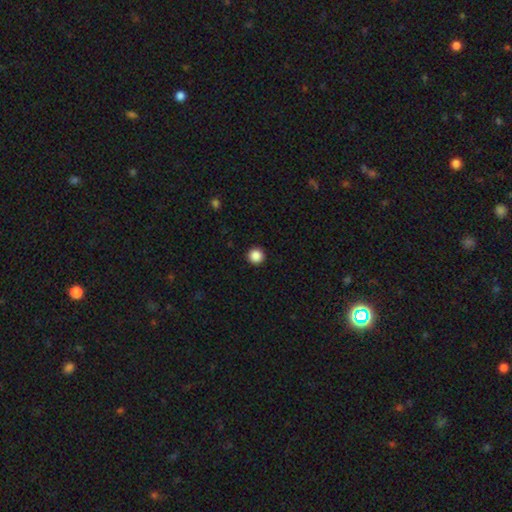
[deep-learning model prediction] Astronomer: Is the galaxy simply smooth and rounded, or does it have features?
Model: smooth — 88%.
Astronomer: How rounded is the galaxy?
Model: round — 97%.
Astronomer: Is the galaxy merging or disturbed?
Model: none — 94%.